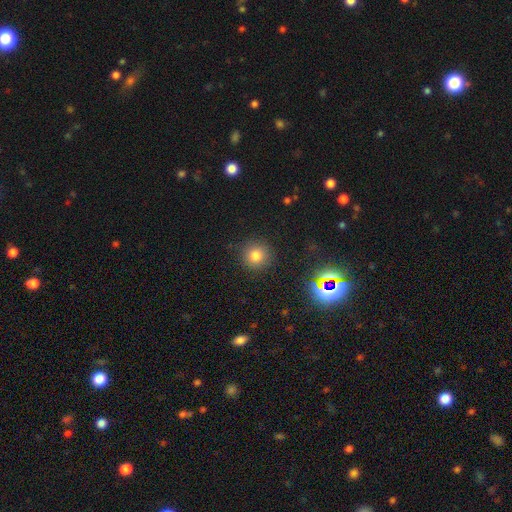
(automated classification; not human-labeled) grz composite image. It shows a smooth galaxy with no disk features (77%) that is round (94%). Merging: none (90%).